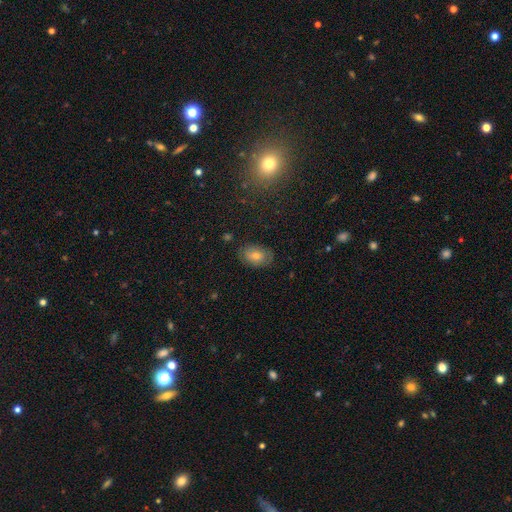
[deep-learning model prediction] Smooth or featured?
  - smooth: 61% *
  - featured or disk: 21%
  - star or artifact: 18%
How rounded?
  - in between: 86% *
  - round: 13%
  - cigar-shaped: 2%
Merging?
  - none: 82% *
  - minor disturbance: 13%
  - major disturbance: 3%
  - merger: 1%